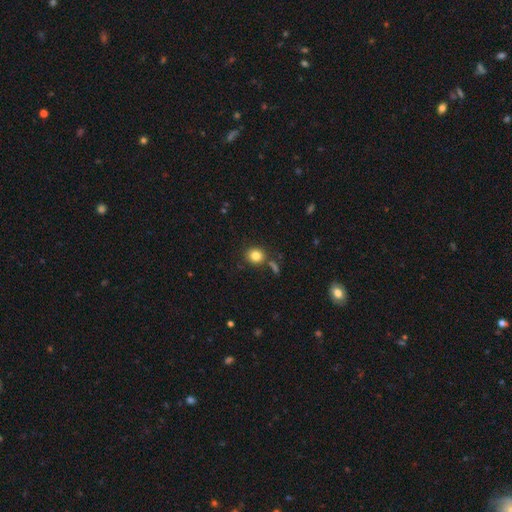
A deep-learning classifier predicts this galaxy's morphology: smooth 82%, star or artifact 11%, featured or disk 7%. Down the decision tree: how rounded — round (82%); merging — none (79%).